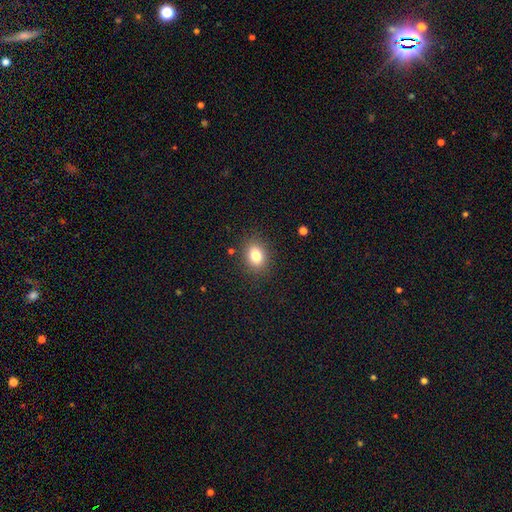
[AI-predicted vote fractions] smooth_or_featured: smooth (p=0.81) [alt: star or artifact p=0.11]
how_rounded: in between (p=0.64) [alt: round p=0.35]
merging: none (p=0.86) [alt: minor disturbance p=0.09]